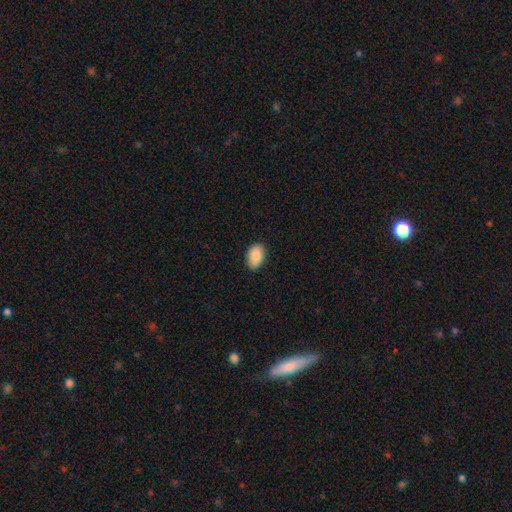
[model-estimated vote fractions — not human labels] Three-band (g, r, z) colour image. It shows a smooth galaxy with no disk features (90%) that is in between round and cigar-shaped (92%). Merging: none (87%).